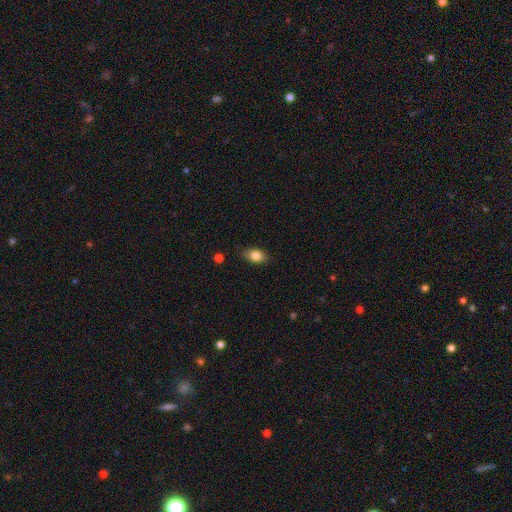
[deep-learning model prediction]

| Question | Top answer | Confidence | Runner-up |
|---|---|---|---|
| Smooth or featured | smooth | 83% | featured or disk (9%) |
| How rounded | in between | 85% | round (12%) |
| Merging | none | 85% | minor disturbance (11%) |